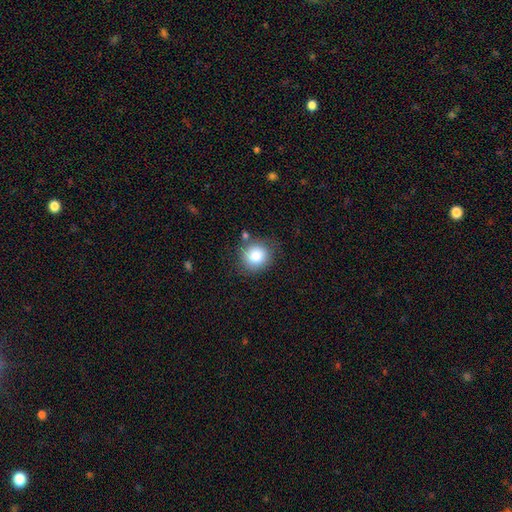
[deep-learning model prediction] smooth_or_featured: smooth (p=0.85) [alt: star or artifact p=0.09]
how_rounded: round (p=0.86) [alt: in between p=0.13]
merging: none (p=0.77) [alt: minor disturbance p=0.14]